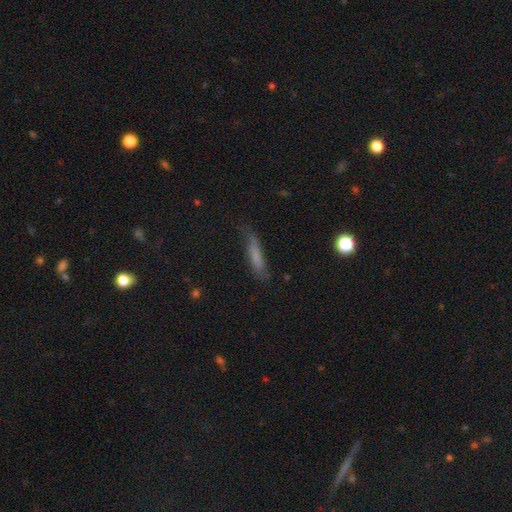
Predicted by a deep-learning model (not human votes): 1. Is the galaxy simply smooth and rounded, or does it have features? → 67% smooth, 24% featured or disk, 10% star or artifact.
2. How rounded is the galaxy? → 83% cigar-shaped, 15% in between, 2% round.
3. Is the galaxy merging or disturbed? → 59% none, 27% minor disturbance, 11% major disturbance, 3% merger.